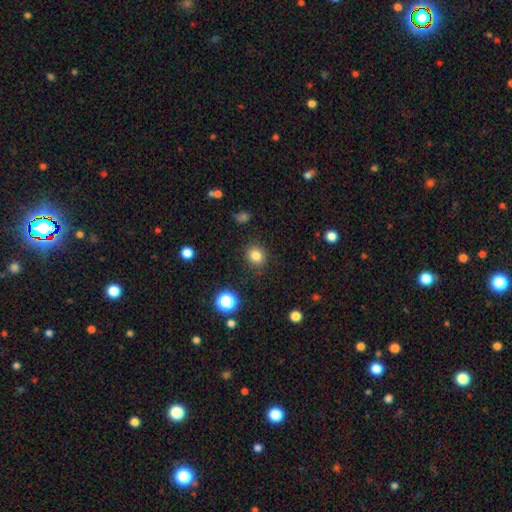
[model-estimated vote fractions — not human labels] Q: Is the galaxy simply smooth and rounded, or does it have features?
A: smooth — 82%.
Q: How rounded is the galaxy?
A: round — 81%.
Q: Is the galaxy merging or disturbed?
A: none — 89%.